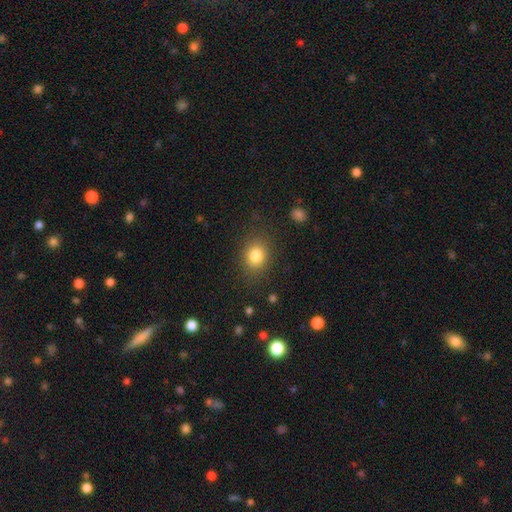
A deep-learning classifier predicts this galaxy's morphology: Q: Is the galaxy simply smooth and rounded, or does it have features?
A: smooth — 82%.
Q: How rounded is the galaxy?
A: round — 57%.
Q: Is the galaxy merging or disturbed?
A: none — 83%.